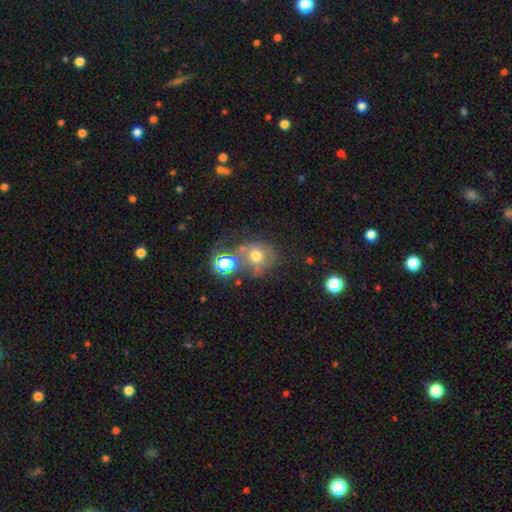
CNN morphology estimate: type=smooth (62%); roundness=round (76%); merging=none (46%).